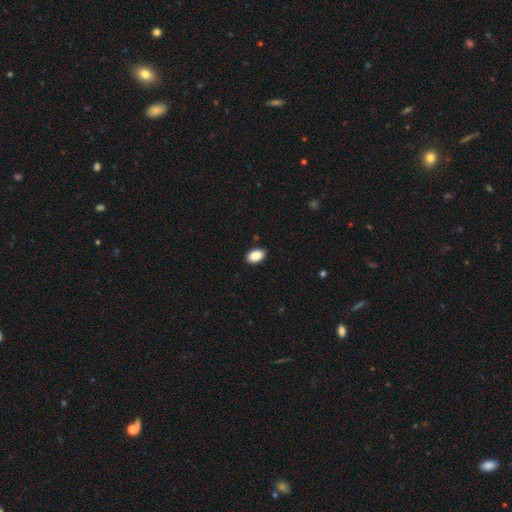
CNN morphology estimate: smooth-or-featured: smooth: 88% | star or artifact: 8% | featured or disk: 4%
  how-rounded: in between: 89% | round: 10% | cigar-shaped: 1%
  merging: none: 89% | minor disturbance: 9% | major disturbance: 2% | merger: 1%